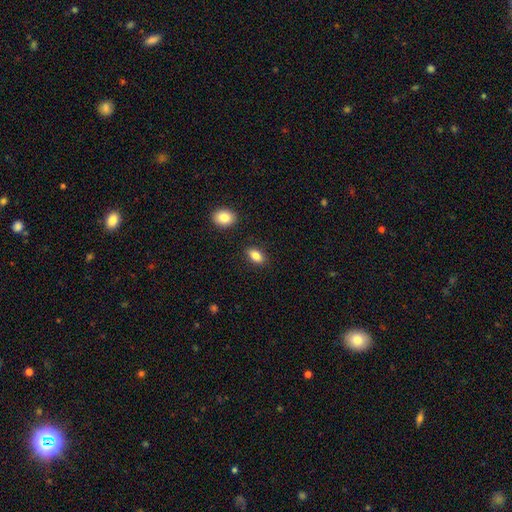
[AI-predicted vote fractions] Smooth or featured: smooth — 84% (star or artifact — 8%)
How rounded: in between — 88% (round — 8%)
Merging: none — 86% (minor disturbance — 9%)